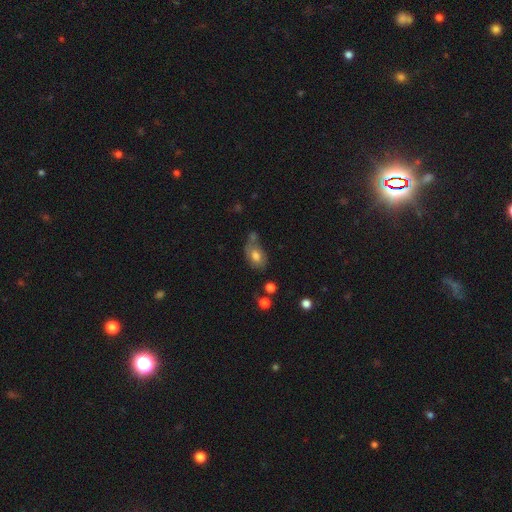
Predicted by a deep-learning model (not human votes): smooth_or_featured: smooth (p=0.70) [alt: featured or disk p=0.20]
how_rounded: in between (p=0.82) [alt: round p=0.17]
merging: none (p=0.40) [alt: minor disturbance p=0.26]